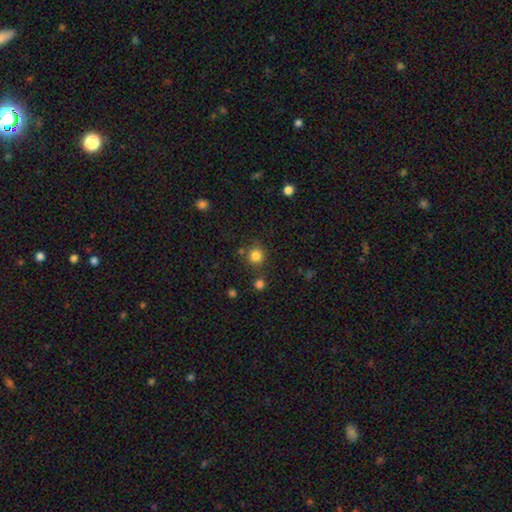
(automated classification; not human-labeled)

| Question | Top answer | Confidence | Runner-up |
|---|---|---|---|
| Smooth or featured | smooth | 82% | star or artifact (13%) |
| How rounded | round | 92% | in between (7%) |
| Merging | none | 78% | minor disturbance (9%) |